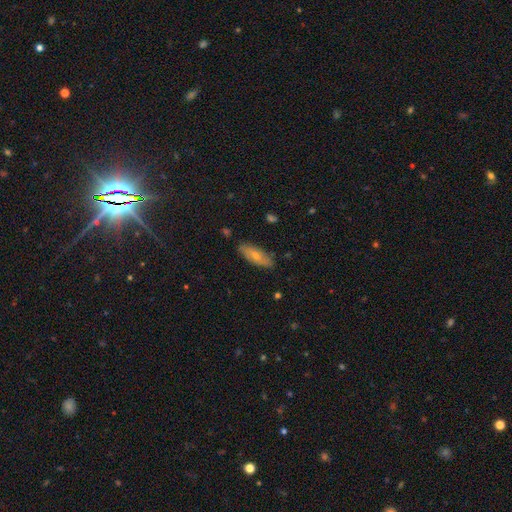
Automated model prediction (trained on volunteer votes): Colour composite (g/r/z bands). It shows a smooth galaxy with no disk features (64%) that is in between round and cigar-shaped (68%). Merging: none (82%).